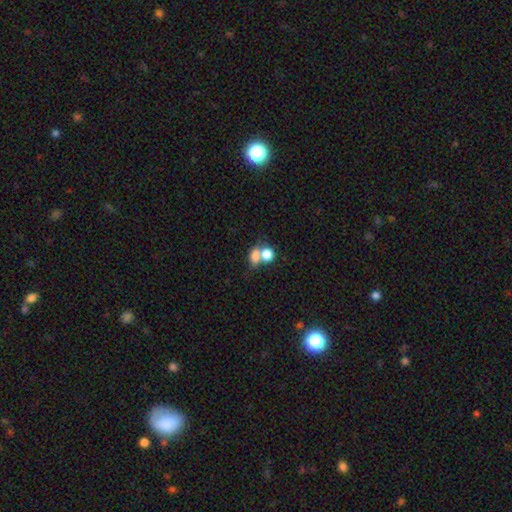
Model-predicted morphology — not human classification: smooth-or-featured: smooth: 76% | featured or disk: 12% | star or artifact: 12%
  how-rounded: in between: 53% | round: 45% | cigar-shaped: 2%
  merging: merger: 58% | none: 29% | minor disturbance: 8% | major disturbance: 5%